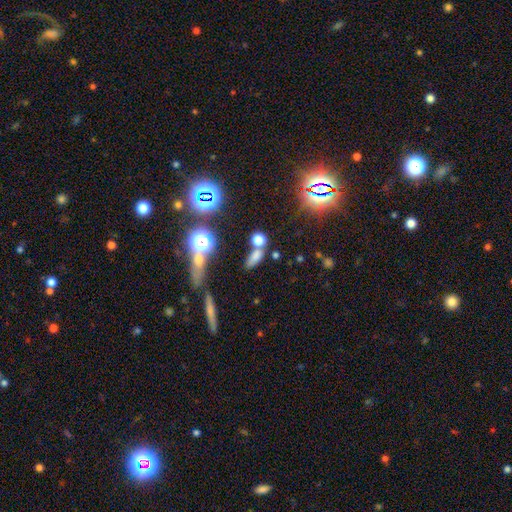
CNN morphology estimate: smooth-or-featured: smooth: 68% | star or artifact: 21% | featured or disk: 11%
  how-rounded: in between: 55% | round: 23% | cigar-shaped: 22%
  merging: none: 56% | merger: 25% | minor disturbance: 12% | major disturbance: 6%